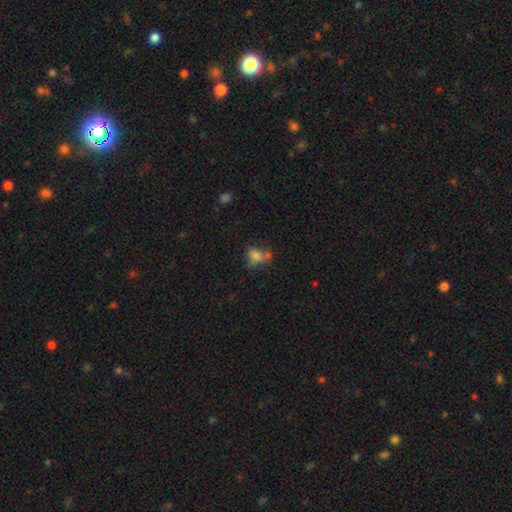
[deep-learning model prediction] This appears to be a smooth galaxy with no disk features (69%) that is in between round and cigar-shaped (65%). Merging: none (37%).